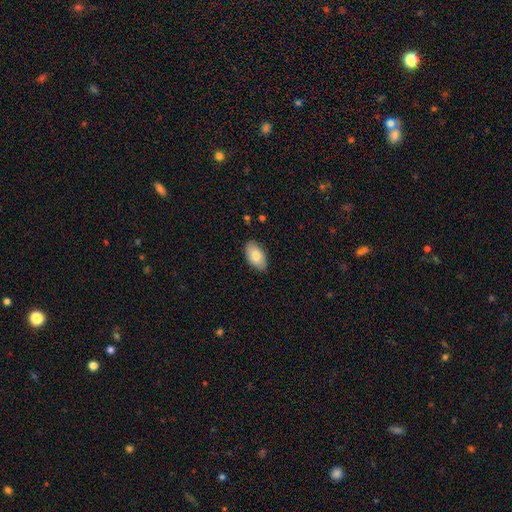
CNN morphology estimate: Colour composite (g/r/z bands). It shows a smooth galaxy with no disk features (79%) that is in between round and cigar-shaped (94%). Merging: none (84%).